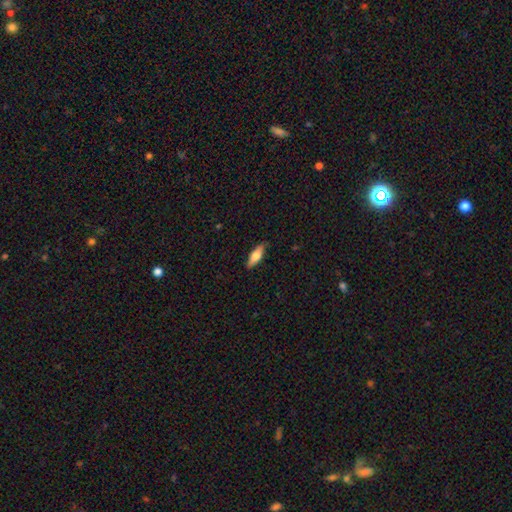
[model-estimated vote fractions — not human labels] Overall: smooth (65%; featured or disk 29%). How rounded: in between (55%; cigar-shaped 43%). Merging: none (85%).